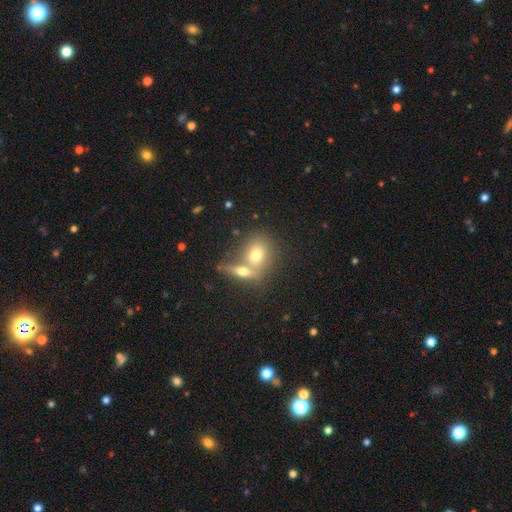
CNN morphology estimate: The model was most divided on "how rounded": round: 48%, in between: 47%, cigar-shaped: 5%. More confident: smooth or featured — smooth (67%); merging — merger (54%).